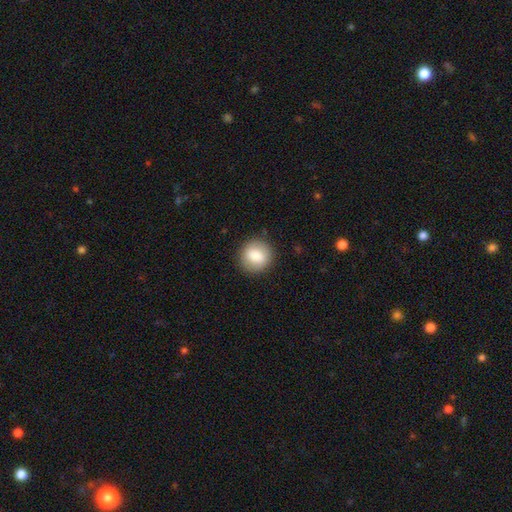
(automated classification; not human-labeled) Smooth or featured? Predicted: smooth (p=0.82). How rounded? Predicted: round (p=0.90). Merging? Predicted: none (p=0.88).